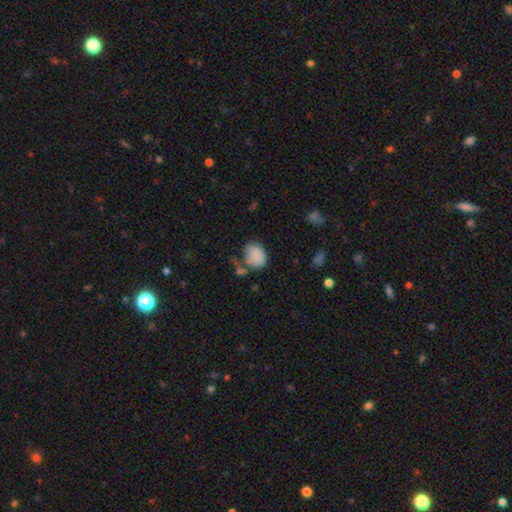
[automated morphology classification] Q: Smooth or featured?
A: smooth (83%); runner-up: featured or disk (8%)
Q: How rounded?
A: in between (60%); runner-up: round (39%)
Q: Merging?
A: none (46%); runner-up: minor disturbance (27%)